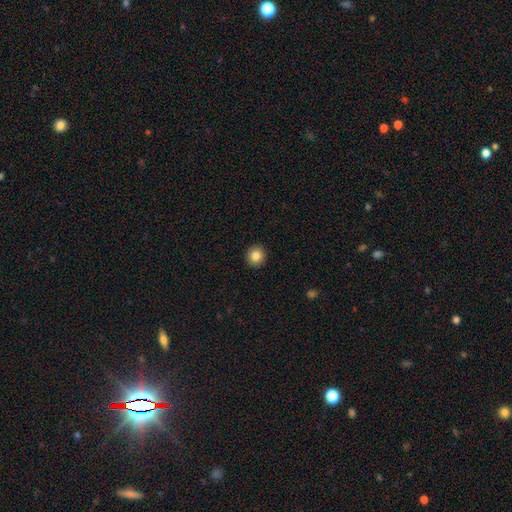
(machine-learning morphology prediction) smooth_or_featured: smooth (p=0.84) [alt: star or artifact p=0.10]
how_rounded: round (p=0.93) [alt: in between p=0.06]
merging: none (p=0.93) [alt: minor disturbance p=0.05]